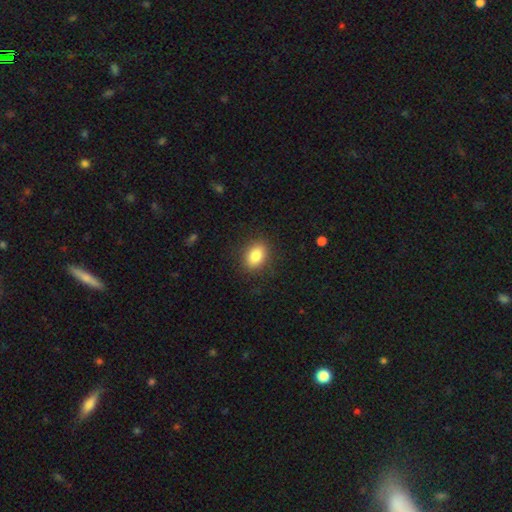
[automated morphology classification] This is clearly a smooth galaxy (85%). How rounded: likely in between (79%). Merging: clearly none (86%).